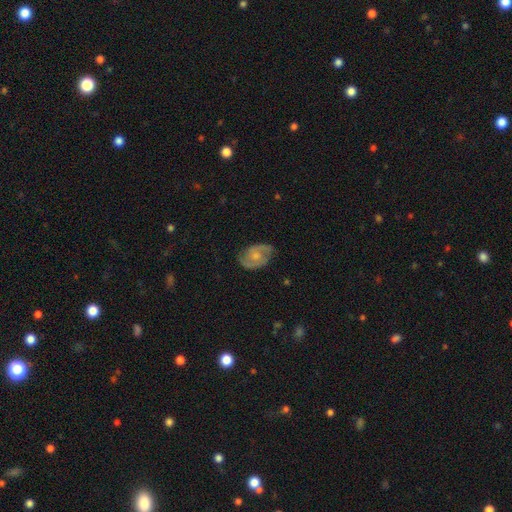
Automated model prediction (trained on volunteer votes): Smooth or featured: featured or disk — 68% (smooth — 26%)
Edge-on disk: no — 97% (yes — 3%)
Bar: no — 64% (weak — 31%)
Spiral arms: yes — 87% (no — 13%)
Spiral winding: medium — 49% (tight — 31%)
Spiral arm count: 2 — 83% (can't tell — 10%)
Bulge size: moderate — 47% (small — 41%)
Merging: none — 73% (minor disturbance — 20%)